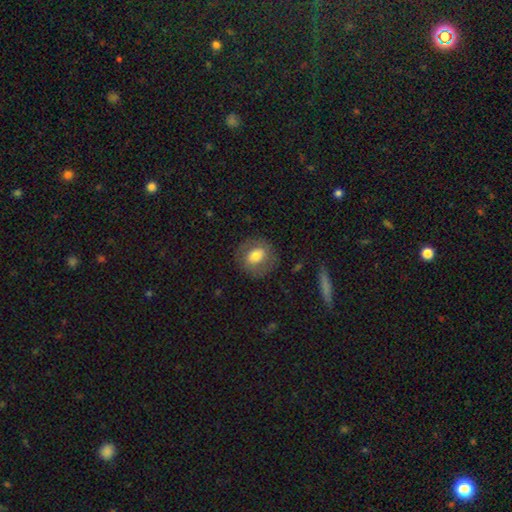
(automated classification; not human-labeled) A smooth galaxy with no disk features (62%) that is round (71%). Merging: none (80%).